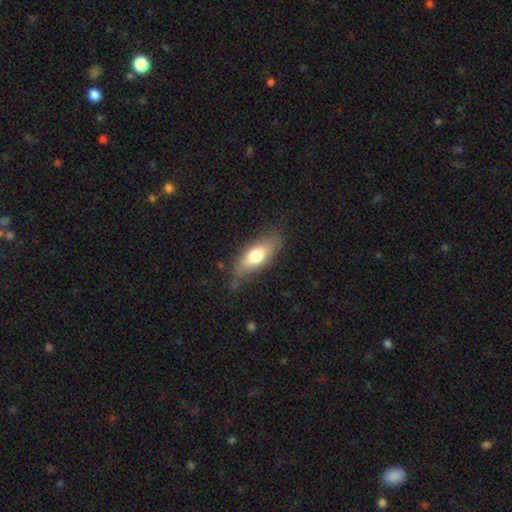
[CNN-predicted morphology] A smooth galaxy with no disk features (67%) that is in between round and cigar-shaped (68%). Merging: none (73%).